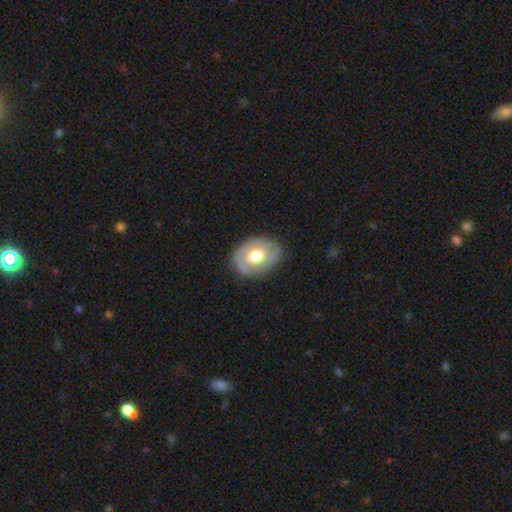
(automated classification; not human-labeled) Morphology: type=featured or disk (49%); merging=none (76%).